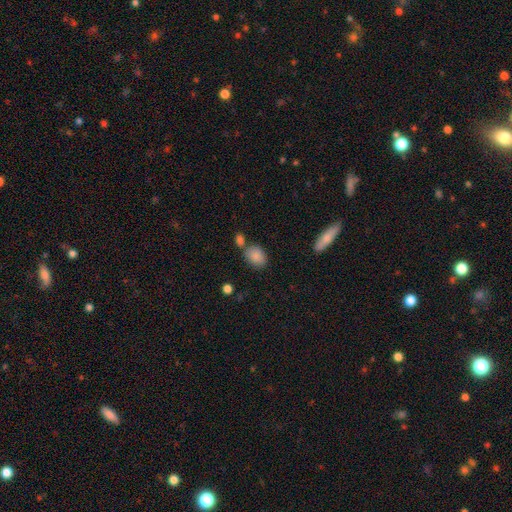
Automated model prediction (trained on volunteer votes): smooth 86%, star or artifact 8%, featured or disk 6%. Down the decision tree: how rounded — in between (74%); merging — none (63%).